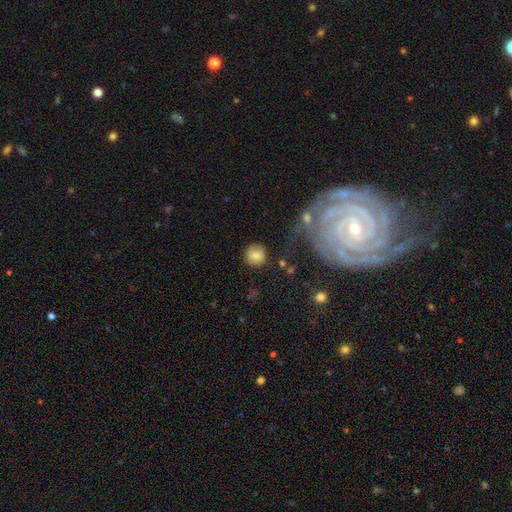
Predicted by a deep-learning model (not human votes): Smooth or featured?
  - smooth: 80% *
  - featured or disk: 11%
  - star or artifact: 9%
How rounded?
  - round: 88% *
  - in between: 11%
  - cigar-shaped: 1%
Merging?
  - none: 78% *
  - minor disturbance: 12%
  - major disturbance: 5%
  - merger: 4%